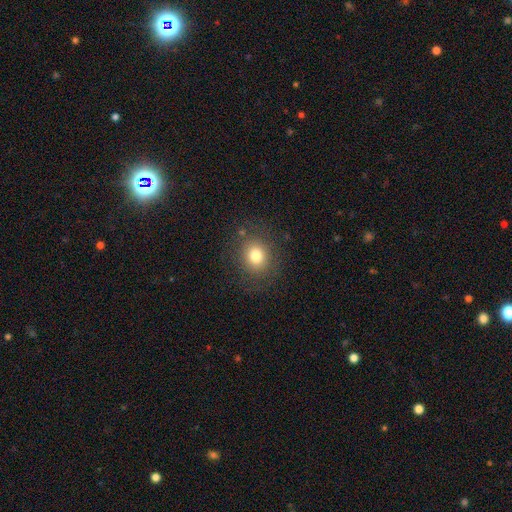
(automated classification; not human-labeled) smooth 78%, star or artifact 12%, featured or disk 9%. Down the decision tree: how rounded — round (72%); merging — none (82%).